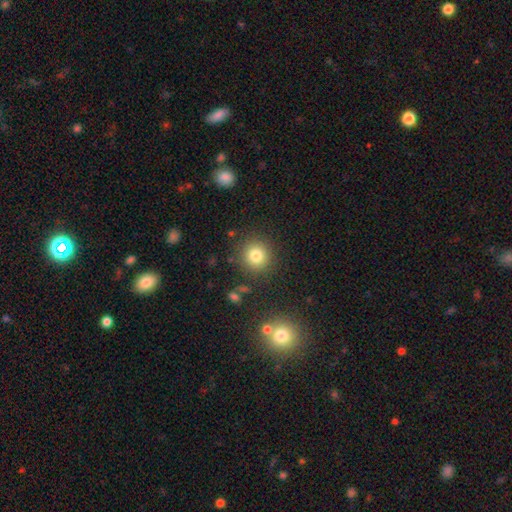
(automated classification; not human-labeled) A smooth galaxy with no disk features (80%) that is round (91%). Merging: none (86%).